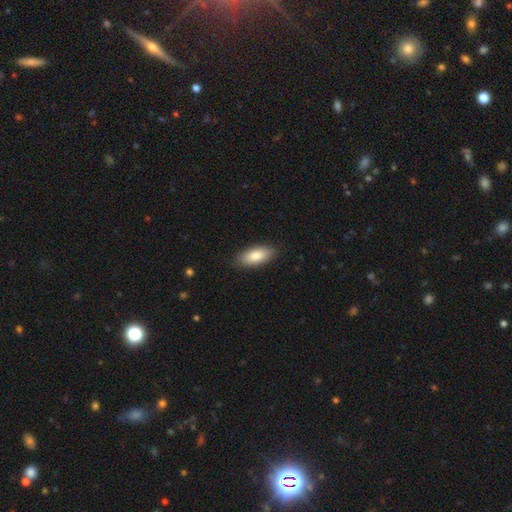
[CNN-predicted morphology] Q: Smooth or featured?
A: smooth (84%); runner-up: featured or disk (10%)
Q: How rounded?
A: in between (85%); runner-up: cigar-shaped (13%)
Q: Merging?
A: none (88%); runner-up: minor disturbance (9%)